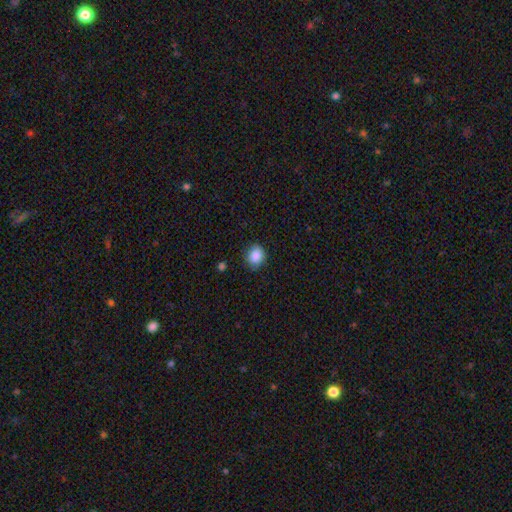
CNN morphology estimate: smooth_or_featured: smooth (p=0.87) [alt: star or artifact p=0.09]
how_rounded: round (p=0.64) [alt: in between p=0.35]
merging: none (p=0.79) [alt: minor disturbance p=0.16]